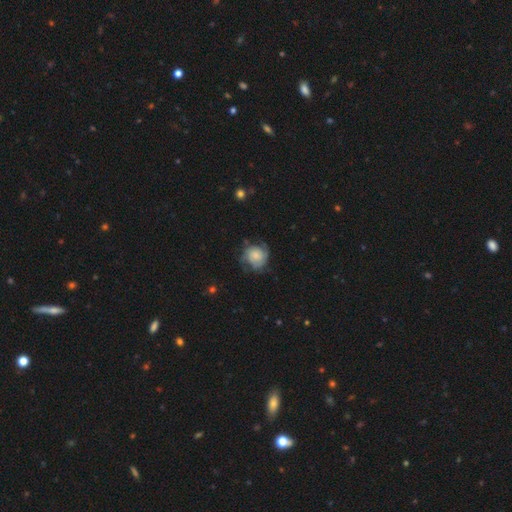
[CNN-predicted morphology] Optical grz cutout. It shows a featured or disk galaxy (52%) with no bar (78%), spiral arms (86%) and a small central bulge (41%). Merging: none (60%).